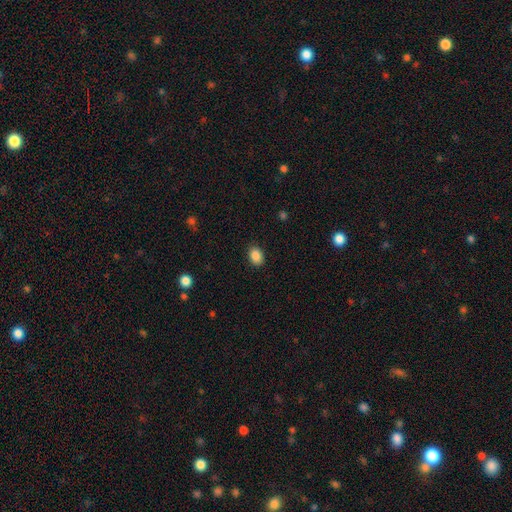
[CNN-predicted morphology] smooth_or_featured: smooth (p=0.88) [alt: star or artifact p=0.09]
how_rounded: in between (p=0.74) [alt: round p=0.25]
merging: none (p=0.87) [alt: minor disturbance p=0.10]